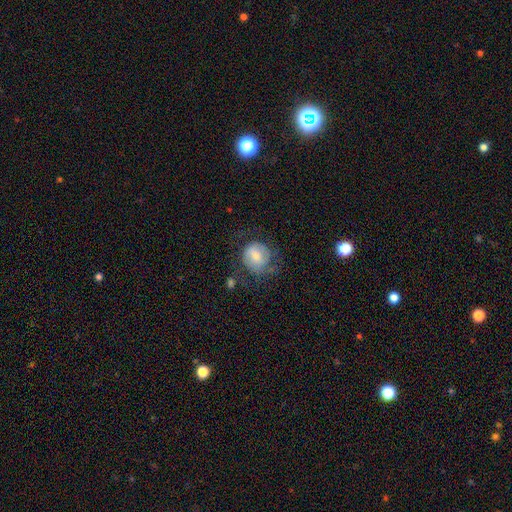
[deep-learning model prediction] The model was most divided on "smooth or featured": smooth: 57%, featured or disk: 36%, star or artifact: 8%. More confident: how rounded — round (82%); merging — none (51%).